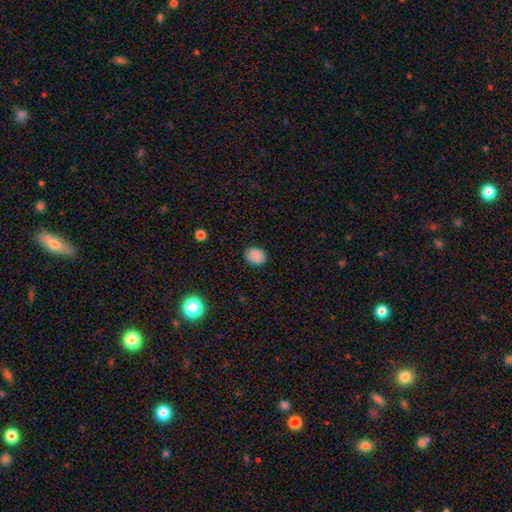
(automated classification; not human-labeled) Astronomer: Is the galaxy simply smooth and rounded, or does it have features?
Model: smooth — 87%.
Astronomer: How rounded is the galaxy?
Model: in between — 54% (runner-up: round, 45%).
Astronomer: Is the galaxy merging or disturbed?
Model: none — 85%.